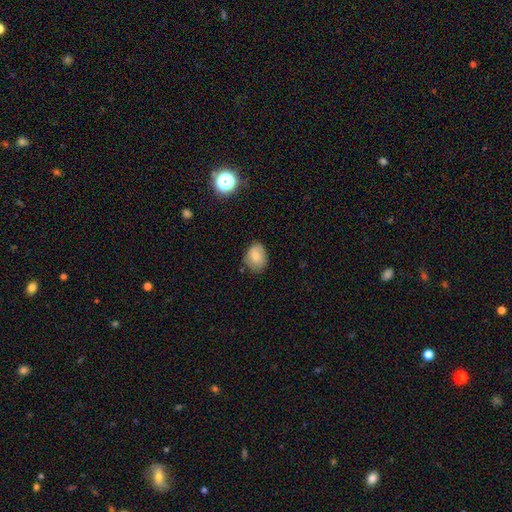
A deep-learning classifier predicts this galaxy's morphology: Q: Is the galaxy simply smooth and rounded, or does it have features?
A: smooth — 79%.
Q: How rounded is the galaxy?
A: in between — 67%.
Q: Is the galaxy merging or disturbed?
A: none — 67%.